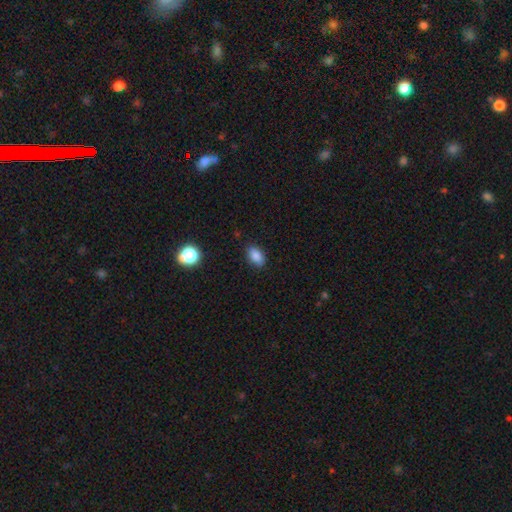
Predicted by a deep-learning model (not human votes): This is clearly a smooth galaxy (85%). How rounded: clearly in between (86%). Merging: clearly none (85%).